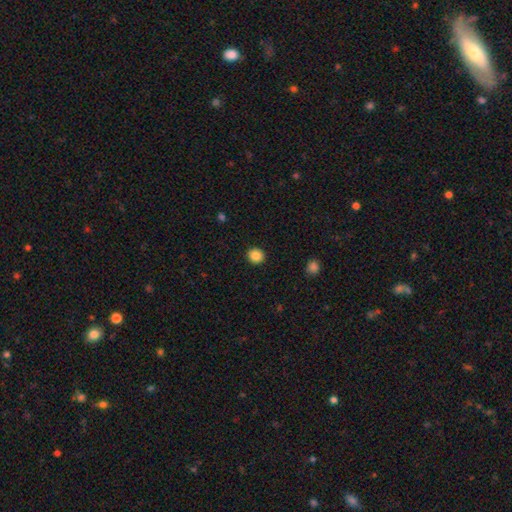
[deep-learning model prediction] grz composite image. It shows a smooth galaxy with no disk features (86%) that is round (88%). Merging: none (93%).